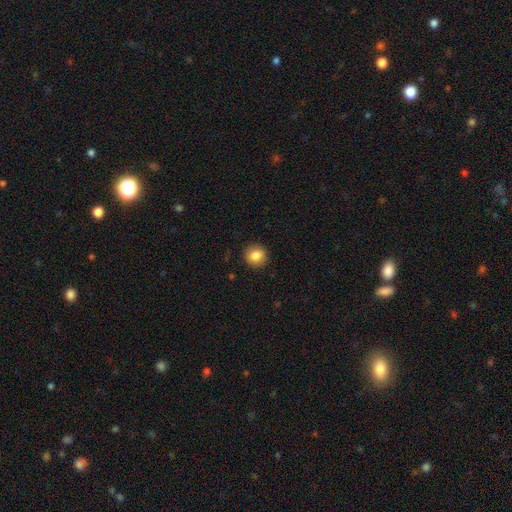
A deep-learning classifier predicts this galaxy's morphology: smooth 85%, star or artifact 9%, featured or disk 6%. Down the decision tree: how rounded — round (90%); merging — none (91%).